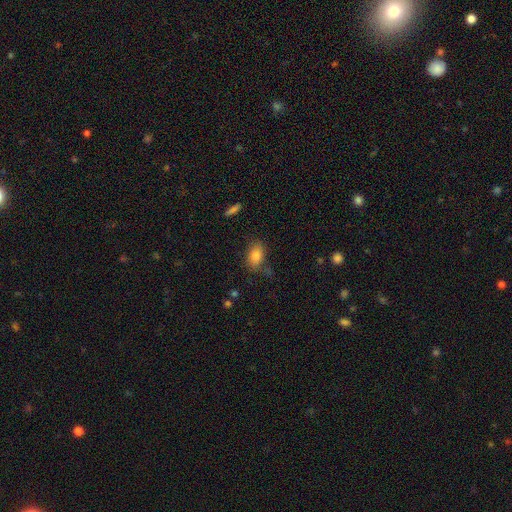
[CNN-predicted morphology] Smooth or featured? smooth (85%)
How rounded? in between (86%)
Merging? none (73%)